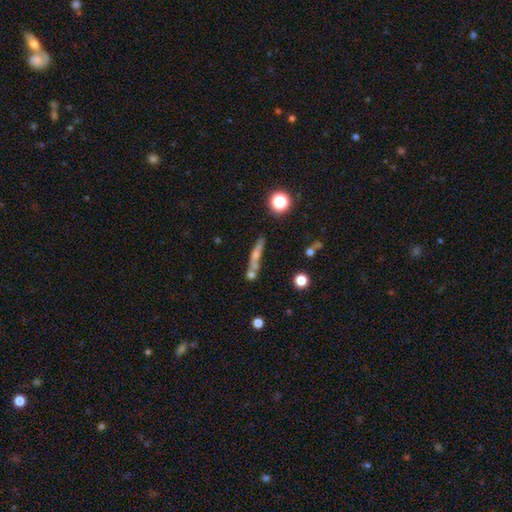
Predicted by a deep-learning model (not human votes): Smooth or featured? Predicted: smooth (p=0.47). Merging? Predicted: none (p=0.60).